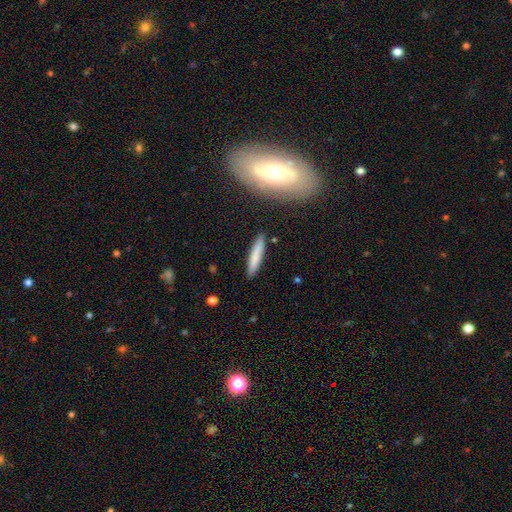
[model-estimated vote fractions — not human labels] smooth_or_featured: smooth (p=0.80) [alt: featured or disk p=0.14]
how_rounded: cigar-shaped (p=0.88) [alt: in between p=0.11]
merging: none (p=0.88) [alt: minor disturbance p=0.08]